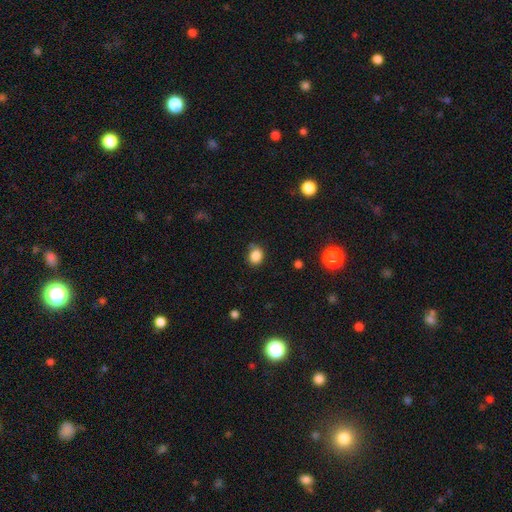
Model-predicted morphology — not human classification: A smooth galaxy with no disk features (85%) that is round (58%).

Vote fractions:
- Smooth or featured? smooth: 85% / star or artifact: 11% / featured or disk: 4%
- How rounded? round: 58% / in between: 41% / cigar-shaped: 1%
- Merging? none: 73% / minor disturbance: 19% / major disturbance: 4% / merger: 3%